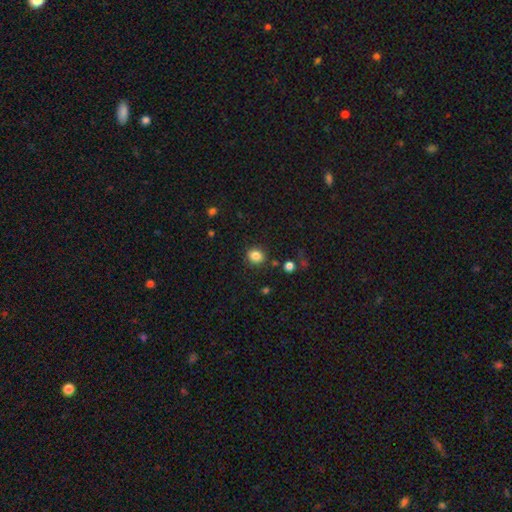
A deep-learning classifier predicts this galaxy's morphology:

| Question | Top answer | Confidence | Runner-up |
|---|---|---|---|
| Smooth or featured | smooth | 84% | star or artifact (11%) |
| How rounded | round | 70% | in between (30%) |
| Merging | none | 85% | minor disturbance (9%) |